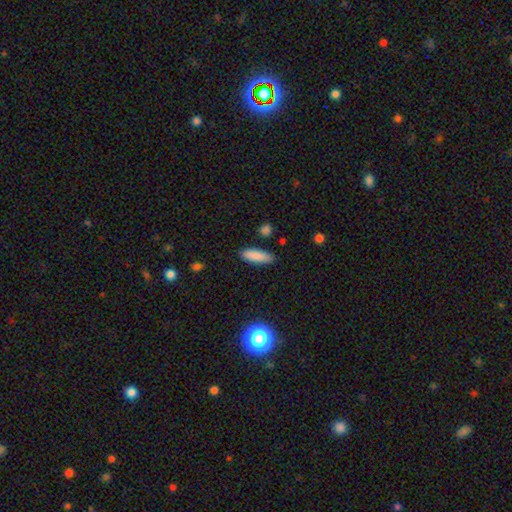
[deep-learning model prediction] Smooth or featured? Predicted: smooth (p=0.87). How rounded? Predicted: in between (p=0.51). Merging? Predicted: none (p=0.86).